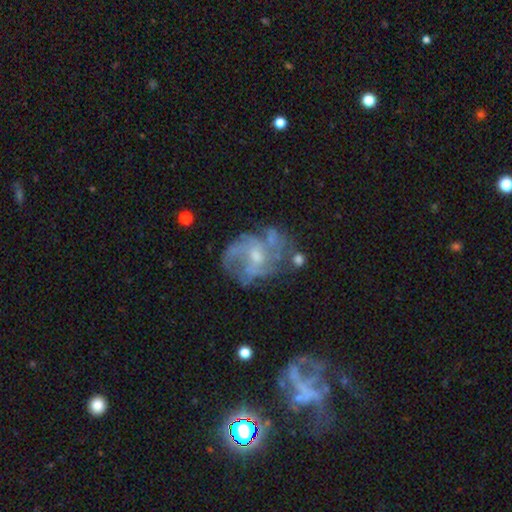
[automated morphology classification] The model was most divided on "bulge size": small: 45%, moderate: 44%, none: 8%, large: 2%, dominant: 1%. Remaining: edge-on disk — no (98%); smooth or featured — featured or disk (78%); spiral arms — yes (75%); bar — no (58%); merging — none (53%); spiral winding — medium (43%); spiral arm count — can't tell (40%).